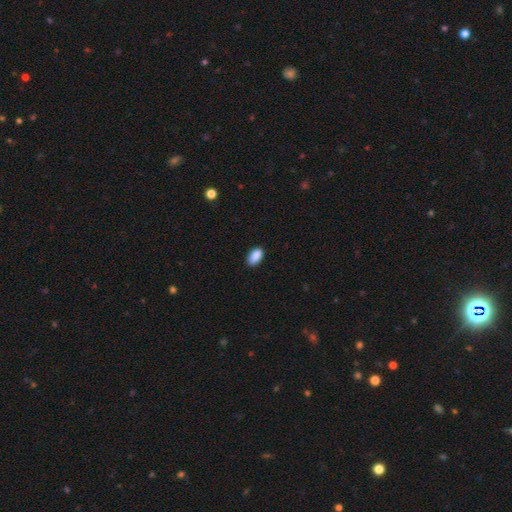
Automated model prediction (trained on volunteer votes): smooth-or-featured: smooth: 89% | star or artifact: 7% | featured or disk: 3%
  how-rounded: in between: 93% | round: 4% | cigar-shaped: 3%
  merging: none: 84% | minor disturbance: 13% | major disturbance: 2% | merger: 1%